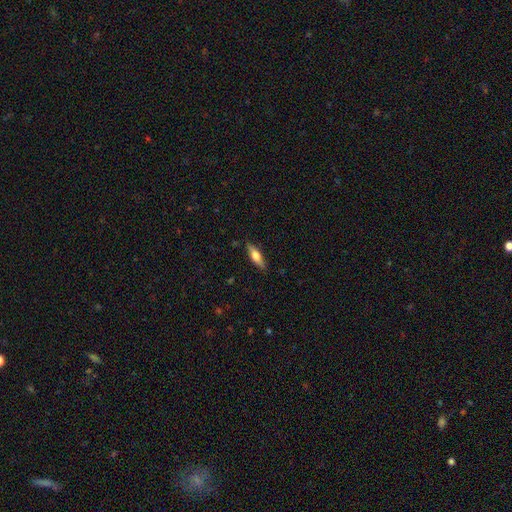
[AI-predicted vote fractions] A smooth galaxy with no disk features (63%) that is cigar-shaped (50%). Merging: none (84%).